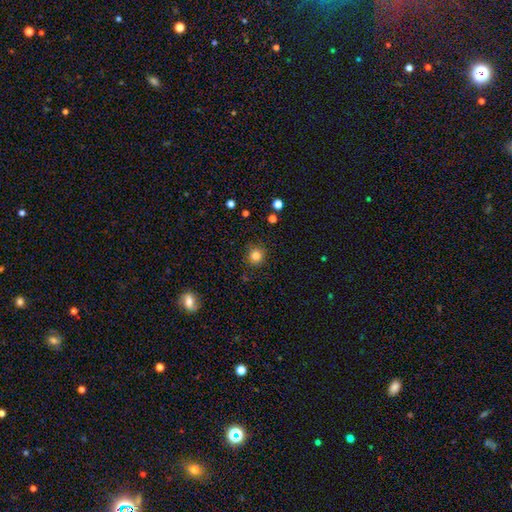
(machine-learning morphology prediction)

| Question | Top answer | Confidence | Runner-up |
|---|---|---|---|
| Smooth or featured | smooth | 83% | star or artifact (12%) |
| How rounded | round | 91% | in between (8%) |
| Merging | none | 88% | minor disturbance (8%) |